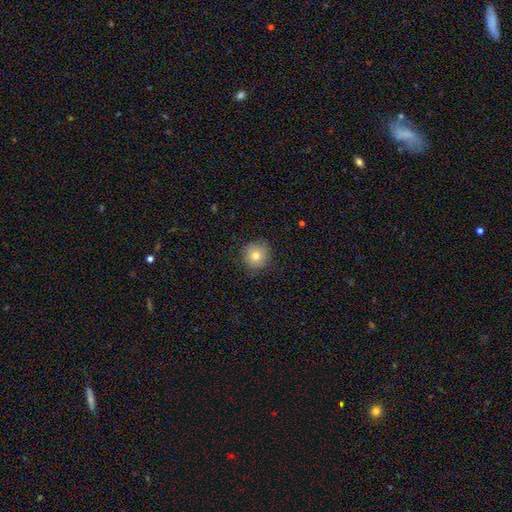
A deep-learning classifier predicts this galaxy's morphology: Overall: smooth (76%). How rounded: round (91%). Merging: none (81%).